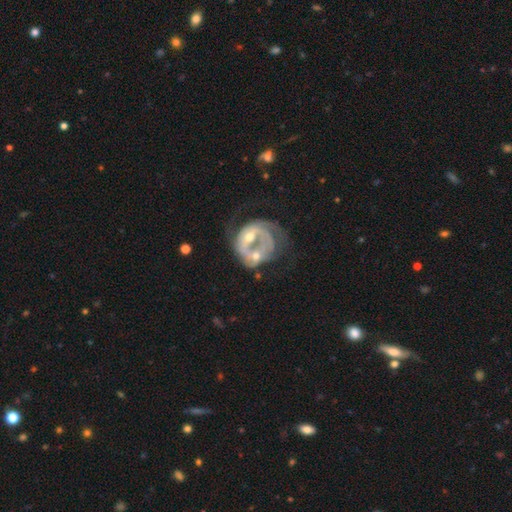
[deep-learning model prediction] Smooth or featured? Predicted: featured or disk (p=0.70). Edge-on disk? Predicted: no (p=0.97). Bar? Predicted: no (p=0.67). Spiral arms? Predicted: yes (p=0.53). Bulge size? Predicted: moderate (p=0.55). Merging? Predicted: merger (p=0.56).